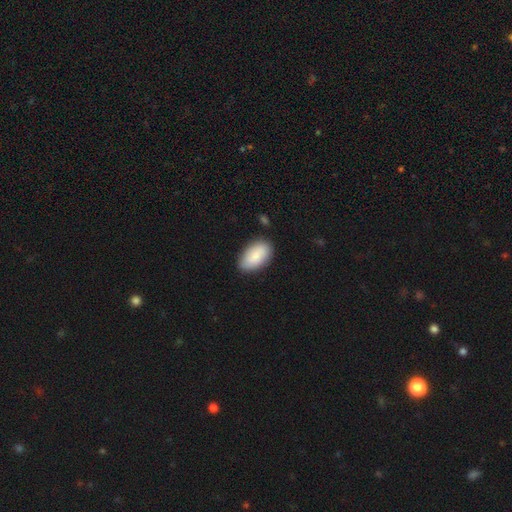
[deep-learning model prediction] Q: Smooth or featured?
A: smooth (84%); runner-up: featured or disk (10%)
Q: How rounded?
A: in between (94%); runner-up: round (4%)
Q: Merging?
A: none (83%); runner-up: minor disturbance (12%)